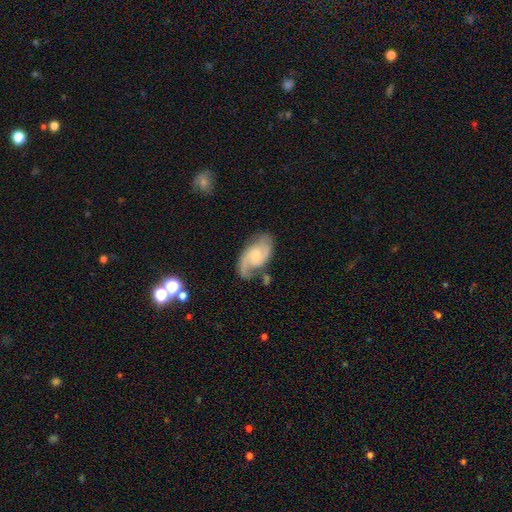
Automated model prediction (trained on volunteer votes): Smooth or featured? featured or disk (84%)
Edge-on disk? no (97%)
Bar? weak (46%, tied with no)
Spiral arms? yes (96%)
Spiral winding? medium (52%)
Spiral arm count? 2 (85%)
Bulge size? small (50%)
Merging? none (66%)